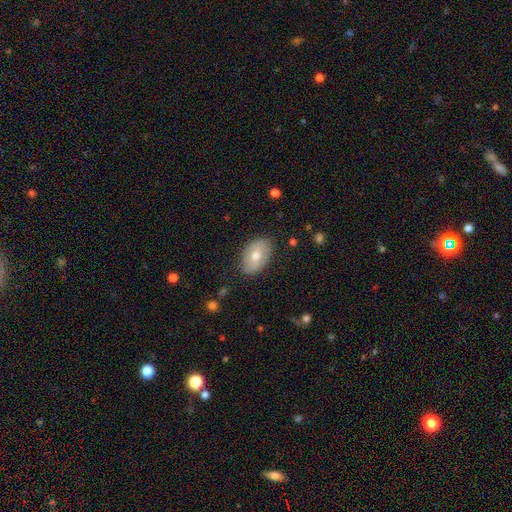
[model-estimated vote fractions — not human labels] Smooth or featured? smooth (67%)
How rounded? in between (90%)
Merging? none (82%)